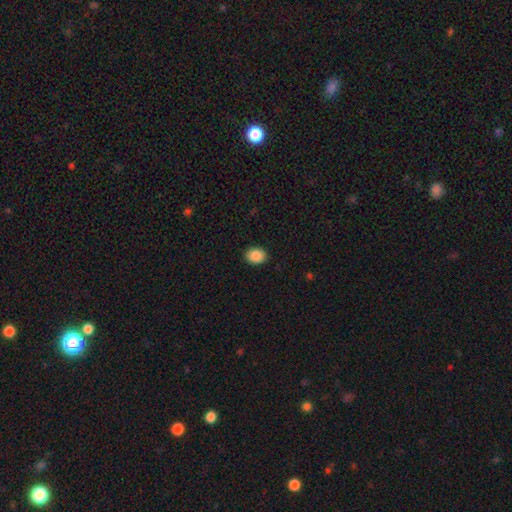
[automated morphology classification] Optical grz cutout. It shows a smooth galaxy with no disk features (88%) that is in between round and cigar-shaped (60%). Merging: none (90%).